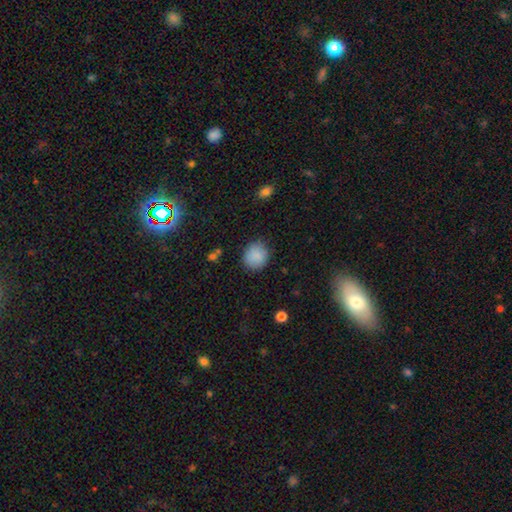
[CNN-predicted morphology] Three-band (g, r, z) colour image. It shows a smooth galaxy with no disk features (87%) that is round (83%). Merging: none (84%).